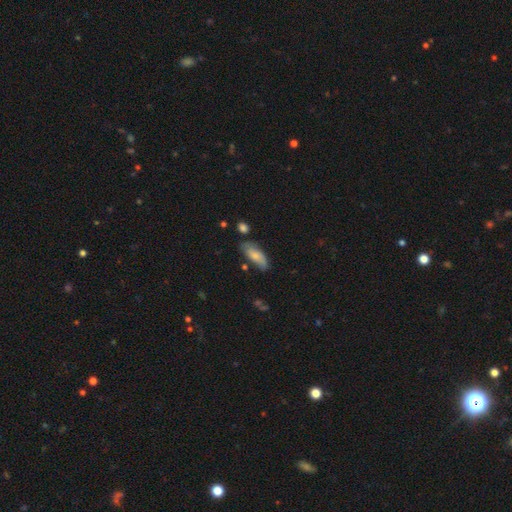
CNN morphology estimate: smooth_or_featured: smooth (p=0.73) [alt: featured or disk p=0.21]
how_rounded: in between (p=0.77) [alt: cigar-shaped p=0.21]
merging: none (p=0.63) [alt: minor disturbance p=0.26]